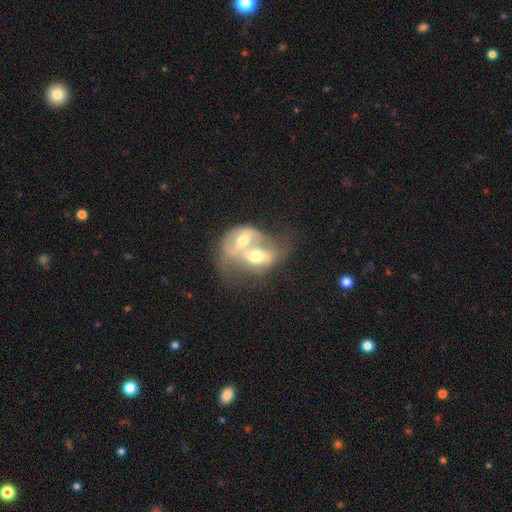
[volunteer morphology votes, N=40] Overall: featured or disk (55%; smooth 40%). Edge-on disk: no (95%). Bar: weak (38%; no 33%). Spiral arms: yes (62%; no 38%). Spiral arm count: 2 (69%). Spiral winding: medium (46%; loose 38%). Bulge size: moderate (71%). Merging: merger (100%).